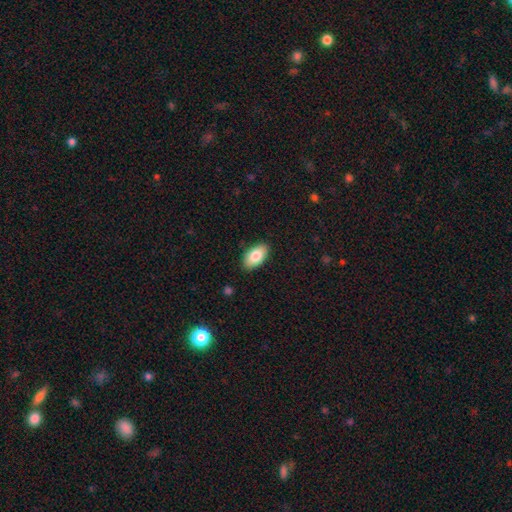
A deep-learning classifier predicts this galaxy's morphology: Smooth or featured?
  - smooth: 83% *
  - featured or disk: 11%
  - star or artifact: 7%
How rounded?
  - in between: 94% *
  - round: 3%
  - cigar-shaped: 2%
Merging?
  - none: 87% *
  - minor disturbance: 10%
  - major disturbance: 2%
  - merger: 1%